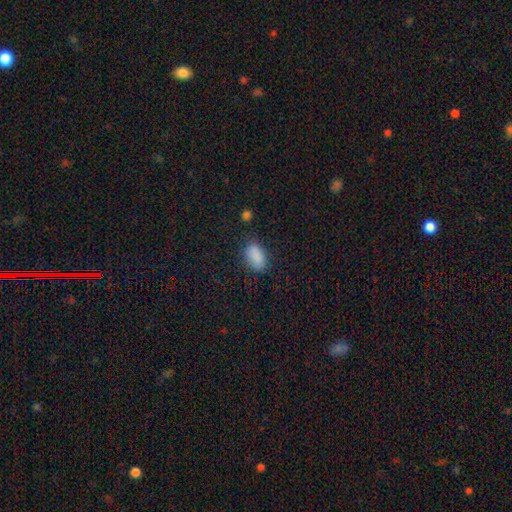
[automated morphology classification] A smooth galaxy with no disk features (86%) that is in between round and cigar-shaped (90%).

Vote fractions:
- Smooth or featured? smooth: 86% / star or artifact: 9% / featured or disk: 4%
- How rounded? in between: 90% / round: 6% / cigar-shaped: 3%
- Merging? none: 76% / minor disturbance: 17% / major disturbance: 5% / merger: 2%